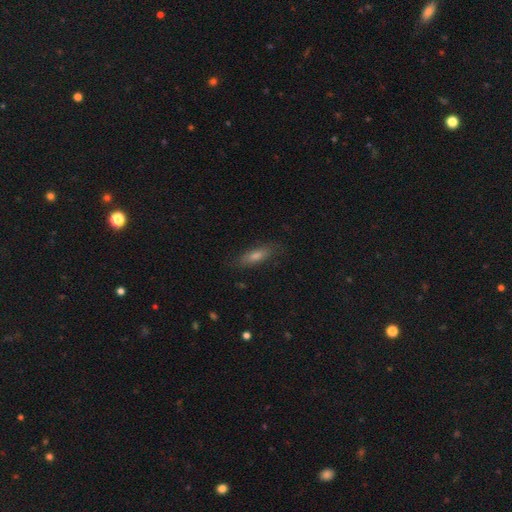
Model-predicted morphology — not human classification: The model was most divided on "how rounded": cigar-shaped: 56%, in between: 42%, round: 3%. More confident: merging — none (80%); smooth or featured — smooth (59%).